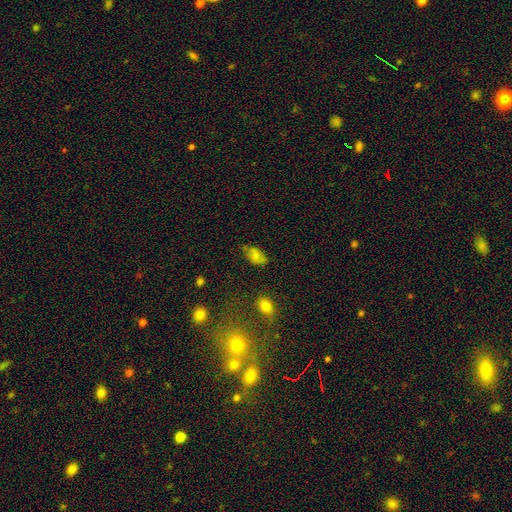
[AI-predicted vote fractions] smooth-or-featured: smooth: 70% | featured or disk: 18% | star or artifact: 12%
  how-rounded: in between: 90% | round: 8% | cigar-shaped: 2%
  merging: none: 64% | minor disturbance: 25% | major disturbance: 7% | merger: 4%